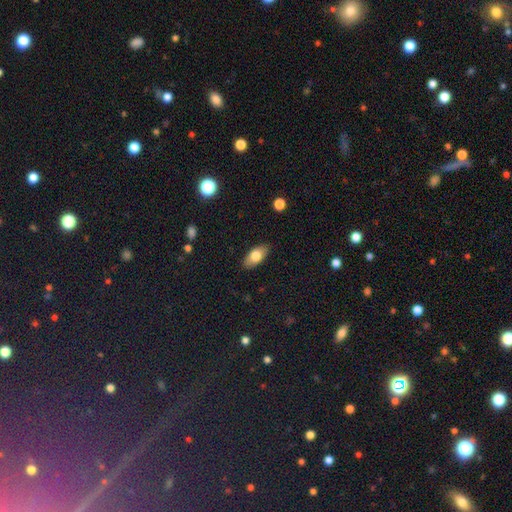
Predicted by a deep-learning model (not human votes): Smooth or featured: smooth — 78% (featured or disk — 16%)
How rounded: in between — 89% (cigar-shaped — 8%)
Merging: none — 86% (minor disturbance — 11%)